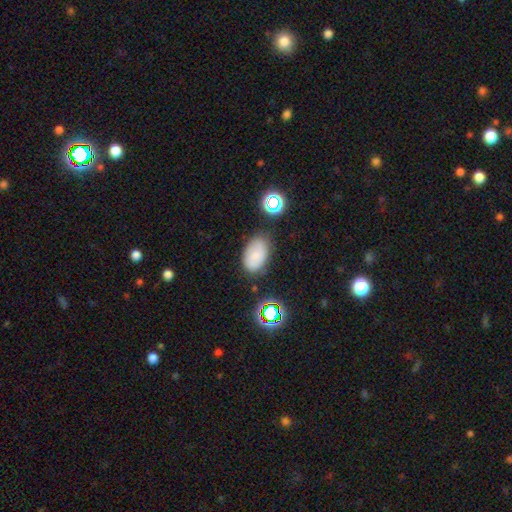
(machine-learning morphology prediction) smooth 76%, star or artifact 13%, featured or disk 11%. Down the decision tree: how rounded — in between (91%); merging — none (71%).